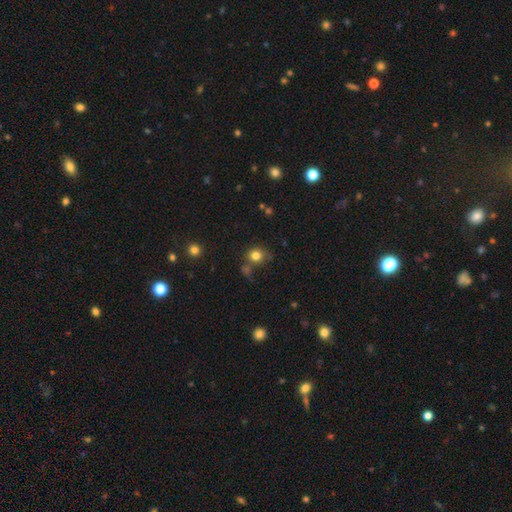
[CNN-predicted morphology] Smooth or featured? Predicted: smooth (p=0.80). How rounded? Predicted: round (p=0.76). Merging? Predicted: none (p=0.68).